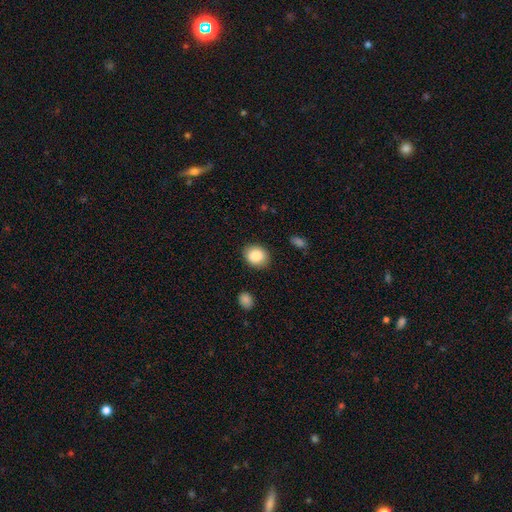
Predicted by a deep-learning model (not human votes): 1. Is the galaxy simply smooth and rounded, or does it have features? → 87% smooth, 8% star or artifact, 5% featured or disk.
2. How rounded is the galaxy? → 58% round, 41% in between, 1% cigar-shaped.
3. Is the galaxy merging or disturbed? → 86% none, 10% minor disturbance, 3% major disturbance, 2% merger.